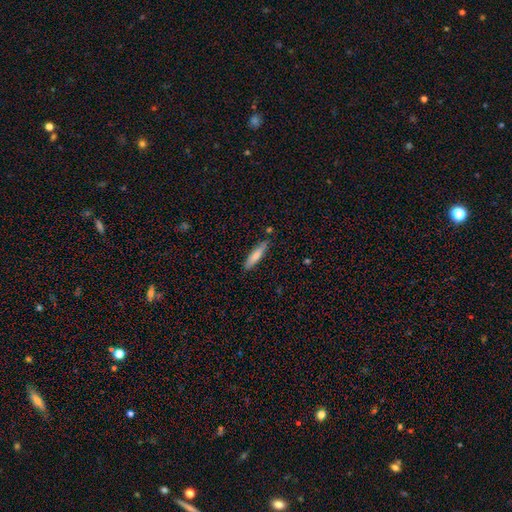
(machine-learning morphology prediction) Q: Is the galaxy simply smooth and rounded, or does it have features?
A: smooth — 75%.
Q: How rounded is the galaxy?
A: cigar-shaped — 80%.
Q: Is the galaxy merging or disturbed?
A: none — 83%.